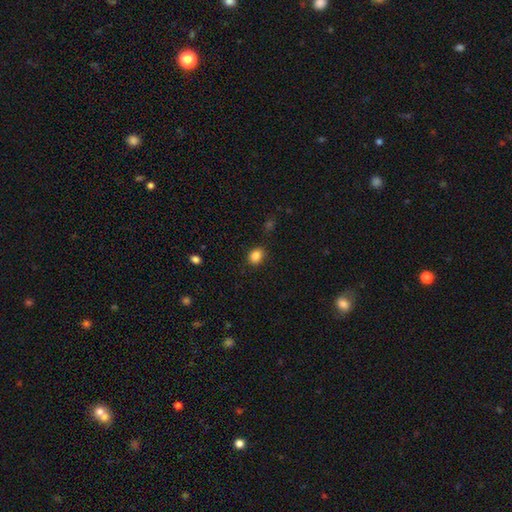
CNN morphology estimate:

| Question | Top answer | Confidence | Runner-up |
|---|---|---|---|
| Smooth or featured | smooth | 86% | star or artifact (10%) |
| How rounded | in between | 53% | round (46%) |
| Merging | none | 85% | minor disturbance (11%) |